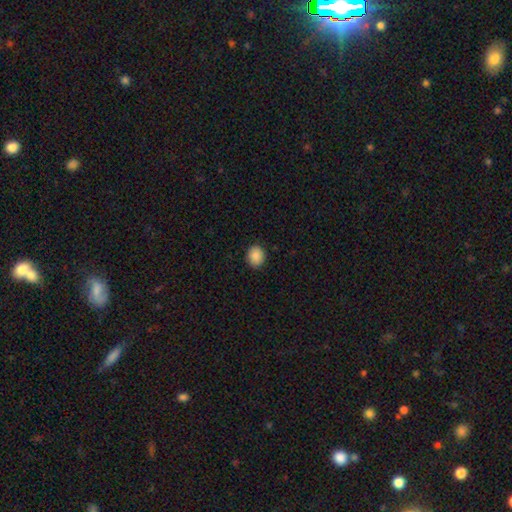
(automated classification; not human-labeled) Morphology: type=smooth (89%); roundness=round (63%); merging=none (89%).